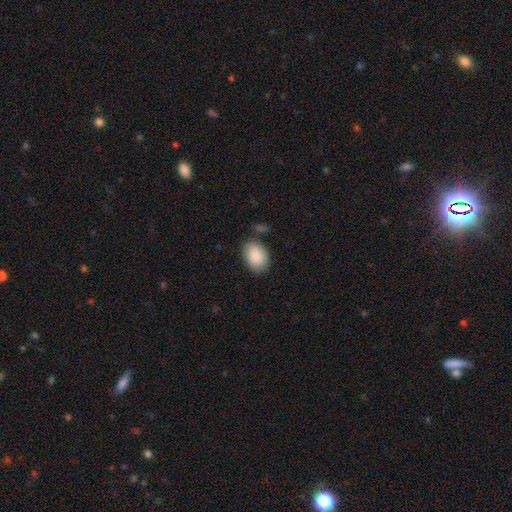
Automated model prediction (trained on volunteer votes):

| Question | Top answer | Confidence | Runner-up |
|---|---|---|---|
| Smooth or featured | smooth | 88% | star or artifact (6%) |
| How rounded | in between | 83% | round (16%) |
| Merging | none | 74% | minor disturbance (17%) |